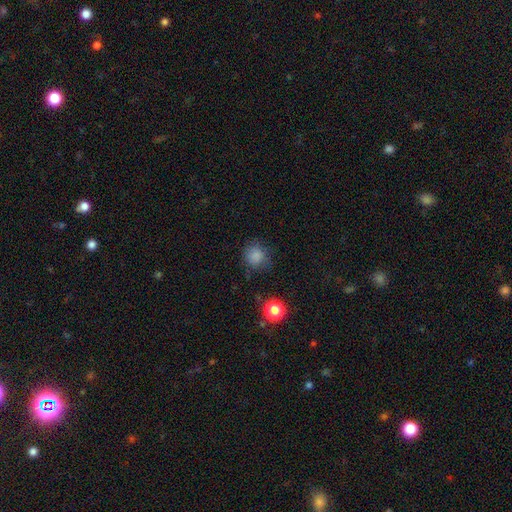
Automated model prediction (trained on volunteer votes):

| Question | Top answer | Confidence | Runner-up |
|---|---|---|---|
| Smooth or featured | smooth | 82% | star or artifact (13%) |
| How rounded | round | 86% | in between (13%) |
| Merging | none | 73% | minor disturbance (18%) |